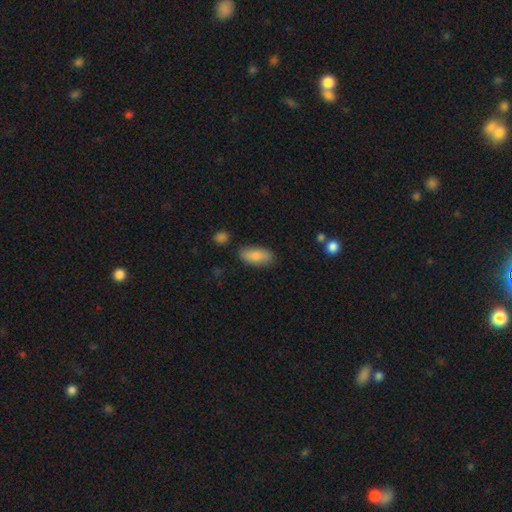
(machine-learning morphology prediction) This appears to be a smooth galaxy with no disk features (86%) that is in between round and cigar-shaped (85%). Merging: none (81%).